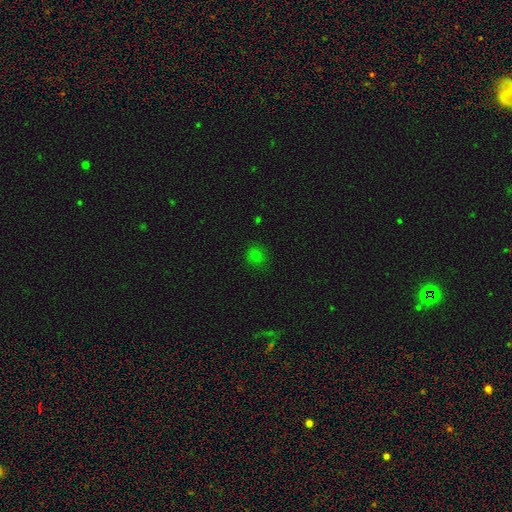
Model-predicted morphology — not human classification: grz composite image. It shows a smooth galaxy with no disk features (76%) that is round (79%). Merging: none (83%).